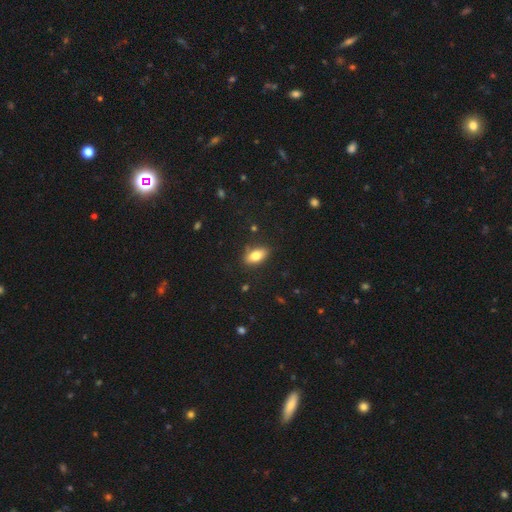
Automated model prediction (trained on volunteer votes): Smooth or featured?
  - smooth: 80% *
  - featured or disk: 12%
  - star or artifact: 8%
How rounded?
  - in between: 88% *
  - cigar-shaped: 7%
  - round: 5%
Merging?
  - none: 83% *
  - minor disturbance: 12%
  - major disturbance: 3%
  - merger: 2%